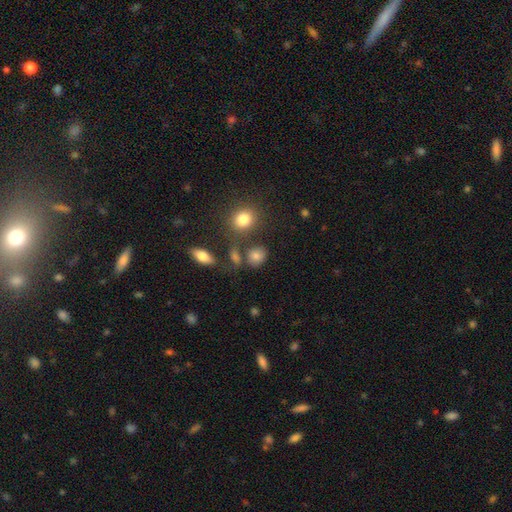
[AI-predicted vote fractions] Smooth or featured? smooth (80%)
How rounded? round (55%)
Merging? none (67%)